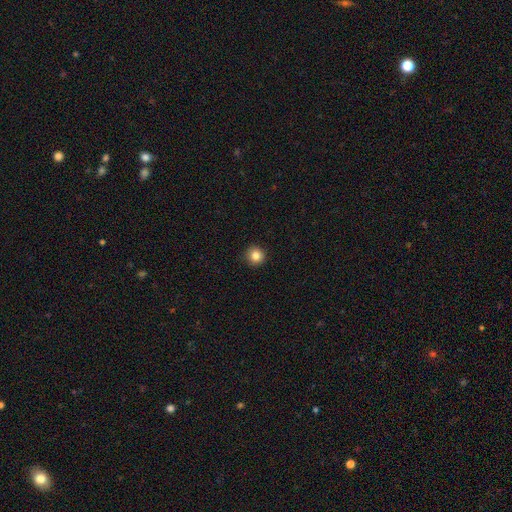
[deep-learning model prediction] Smooth or featured? smooth (84%)
How rounded? round (95%)
Merging? none (92%)